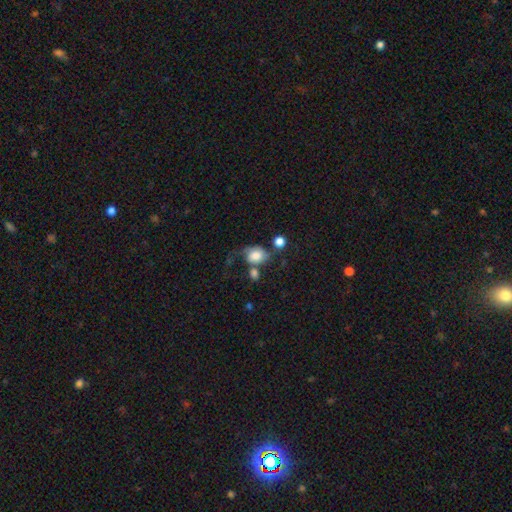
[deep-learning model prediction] A smooth galaxy with no disk features (66%) that is in between round and cigar-shaped (52%). Merging: major disturbance (30%).